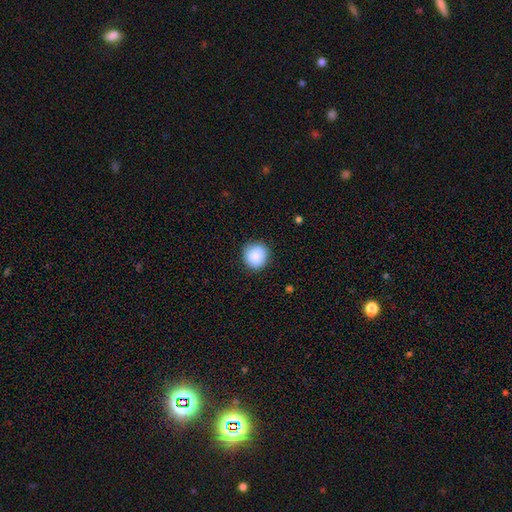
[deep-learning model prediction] smooth-or-featured: smooth: 88% | star or artifact: 7% | featured or disk: 4%
  how-rounded: round: 90% | in between: 9% | cigar-shaped: 1%
  merging: none: 85% | minor disturbance: 11% | major disturbance: 3% | merger: 1%